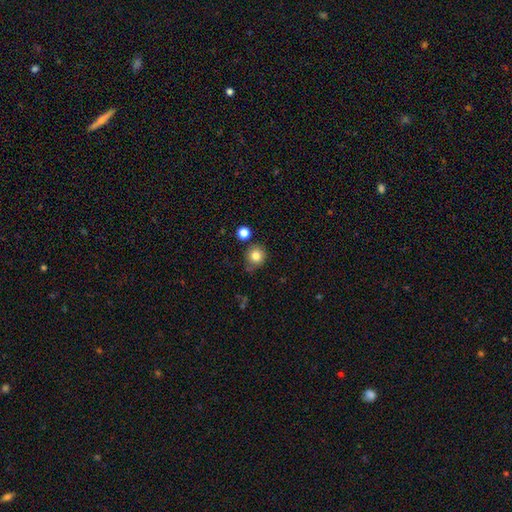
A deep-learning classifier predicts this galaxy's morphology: smooth-or-featured: smooth: 81% | star or artifact: 11% | featured or disk: 8%
  how-rounded: round: 89% | in between: 10% | cigar-shaped: 1%
  merging: none: 75% | minor disturbance: 15% | merger: 6% | major disturbance: 4%